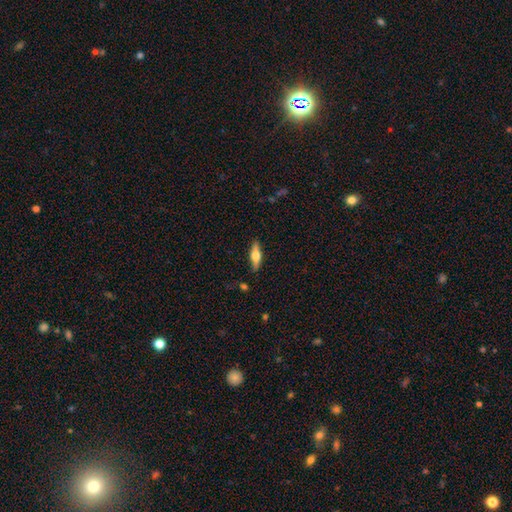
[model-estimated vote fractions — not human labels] Morphology: type=featured or disk (50%); edge-on=yes (92%); merging=none (86%).